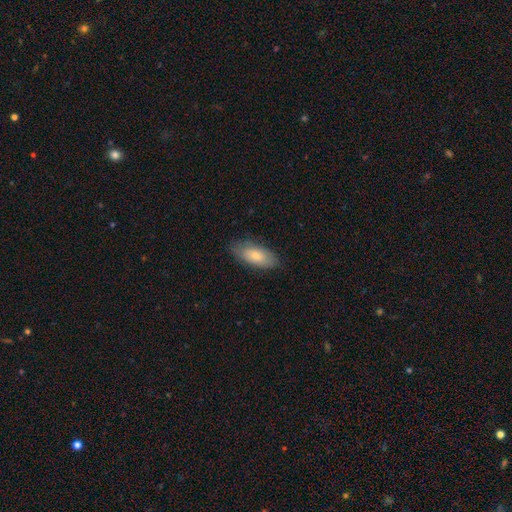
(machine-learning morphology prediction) A smooth galaxy with no disk features (78%) that is in between round and cigar-shaped (86%). Merging: none (80%).